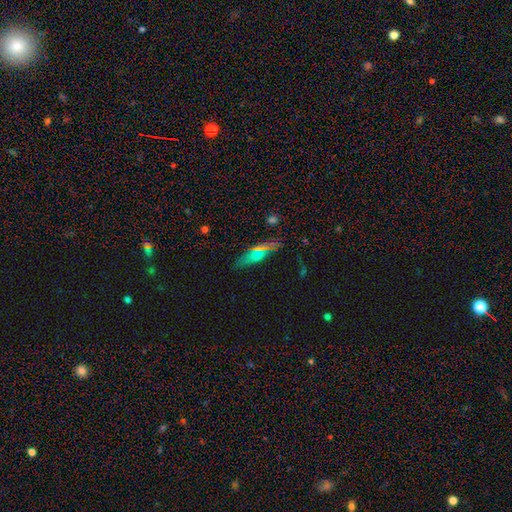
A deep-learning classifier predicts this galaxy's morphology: Overall: smooth (52%; featured or disk 31%). How rounded: cigar-shaped (59%; in between 36%). Merging: none (81%).